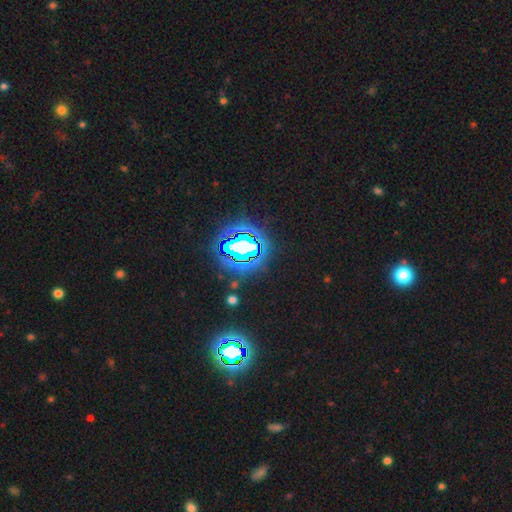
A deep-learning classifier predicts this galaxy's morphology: Overall: star or artifact (84%).